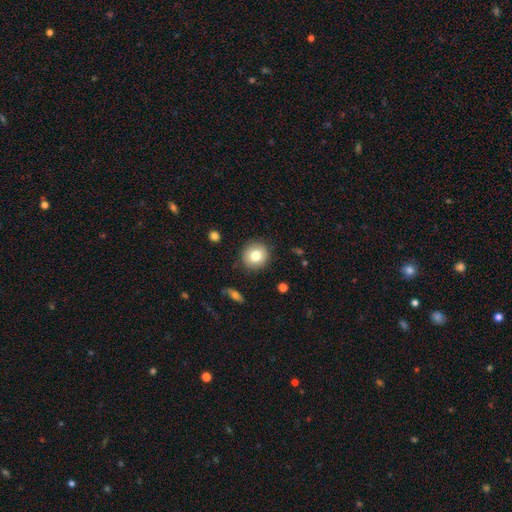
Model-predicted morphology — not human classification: smooth 79%, featured or disk 11%, star or artifact 10%. Down the decision tree: how rounded — round (91%); merging — none (89%).